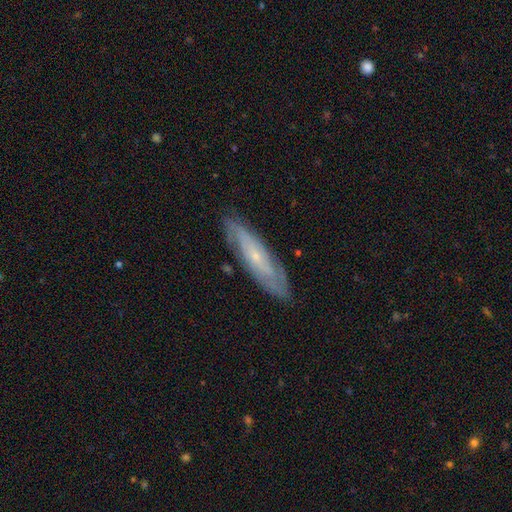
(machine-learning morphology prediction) Smooth or featured?
  - featured or disk: 70% *
  - smooth: 23%
  - star or artifact: 7%
Edge-on disk?
  - no: 67% *
  - yes: 33%
Merging?
  - none: 83% *
  - minor disturbance: 13%
  - major disturbance: 3%
  - merger: 1%